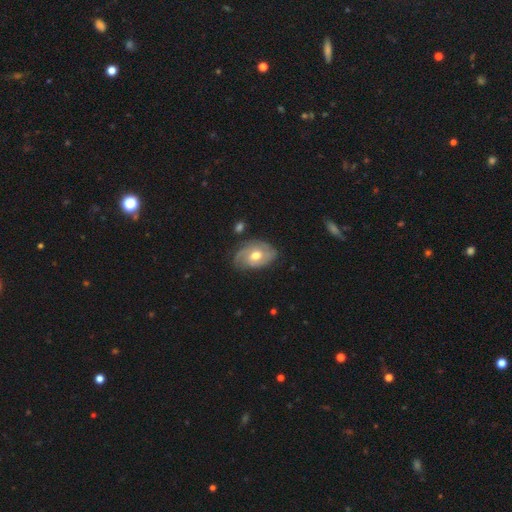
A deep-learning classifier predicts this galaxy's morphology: A featured or disk galaxy (68%) with no bar (64%), 2 (46%) tight (51%) spiral arms (83%) and a moderate central bulge (79%).

Vote fractions:
- Smooth or featured? featured or disk: 68% / smooth: 26% / star or artifact: 6%
- Edge-on disk? no: 95% / yes: 5%
- Bar? no: 64% / weak: 30% / strong: 5%
- Spiral arms? yes: 83% / no: 17%
- Spiral winding? tight: 51% / medium: 35% / loose: 14%
- Spiral arm count? 2: 46% / can't tell: 29% / 3: 11% / 1: 8% / 4: 3% / more than 4: 3%
- Bulge size? moderate: 79% / small: 10% / large: 9% / none: 1% / dominant: 1%
- Merging? none: 69% / minor disturbance: 23% / major disturbance: 6% / merger: 2%